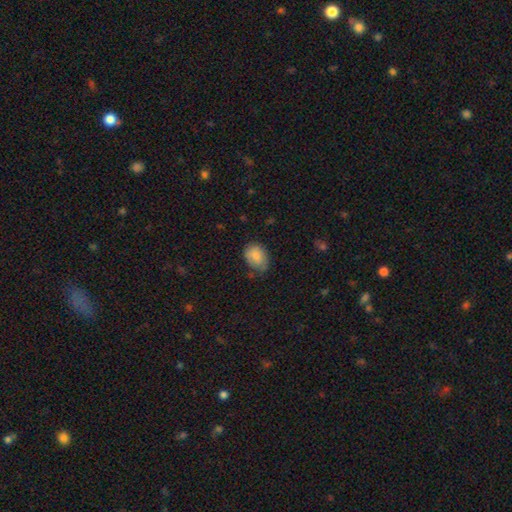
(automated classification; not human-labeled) Smooth or featured: smooth — 83% (featured or disk — 10%)
How rounded: in between — 74% (round — 25%)
Merging: none — 64% (minor disturbance — 29%)